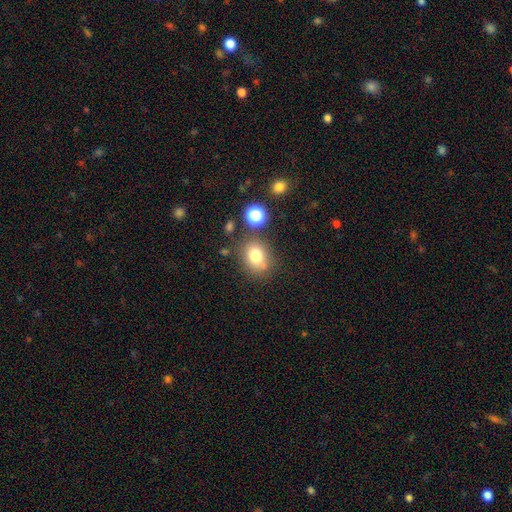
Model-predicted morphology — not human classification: This appears to be a smooth galaxy with no disk features (77%) that is in between round and cigar-shaped (49%, tied with round). Merging: none (70%).